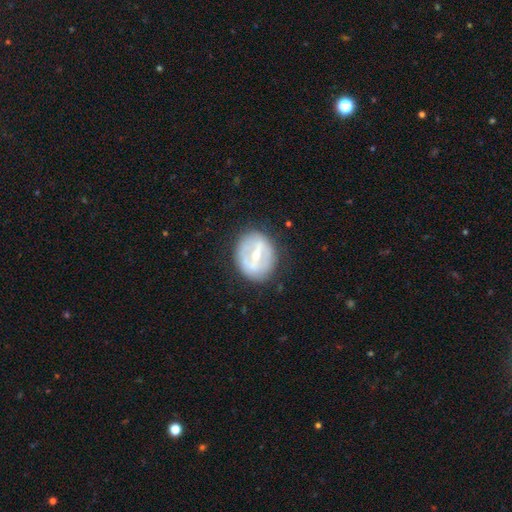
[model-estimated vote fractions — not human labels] The model was most divided on "bulge size": small: 49%, moderate: 46%, large: 2%, none: 2%, dominant: 1%. More confident: edge-on disk — no (93%); merging — none (79%); spiral arms — no (71%); smooth or featured — featured or disk (68%); bar — strong (62%).